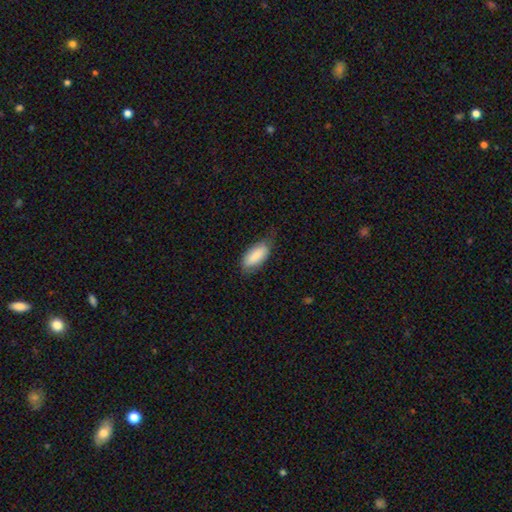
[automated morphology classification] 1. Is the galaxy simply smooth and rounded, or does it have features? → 87% smooth, 8% featured or disk, 6% star or artifact.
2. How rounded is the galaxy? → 85% in between, 13% cigar-shaped, 2% round.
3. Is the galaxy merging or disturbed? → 68% none, 25% minor disturbance, 6% major disturbance, 1% merger.